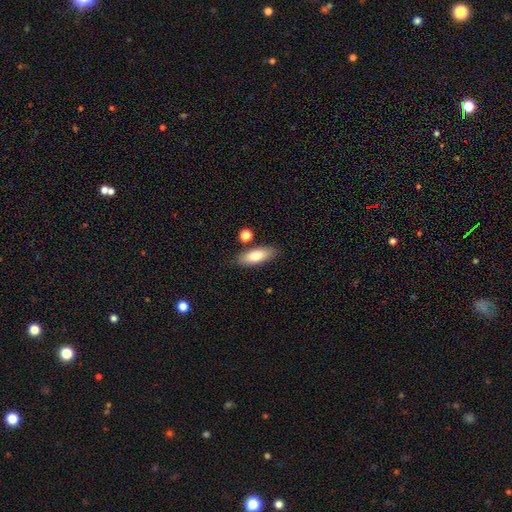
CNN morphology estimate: The model was most divided on "how rounded": in between: 69%, cigar-shaped: 28%, round: 3%. More confident: merging — none (80%); smooth or featured — smooth (76%).